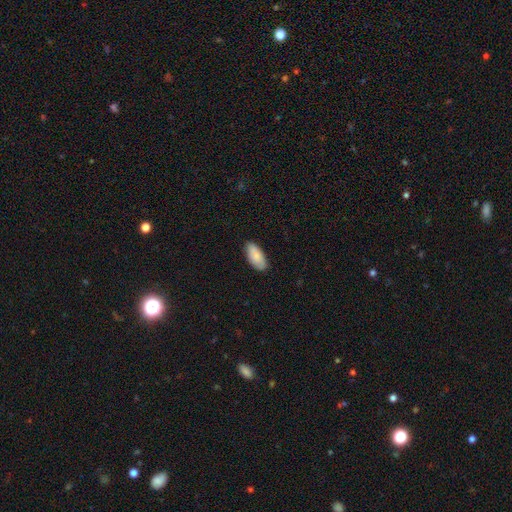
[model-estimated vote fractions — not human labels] smooth-or-featured: smooth: 84% | featured or disk: 10% | star or artifact: 6%
  how-rounded: in between: 91% | cigar-shaped: 7% | round: 2%
  merging: none: 85% | minor disturbance: 12% | major disturbance: 2% | merger: 1%